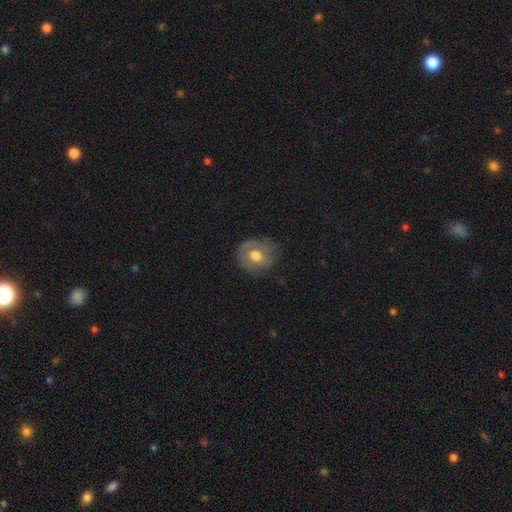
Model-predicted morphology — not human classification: smooth 51%, featured or disk 42%, star or artifact 7%. Down the decision tree: how rounded — round (75%); merging — none (59%).